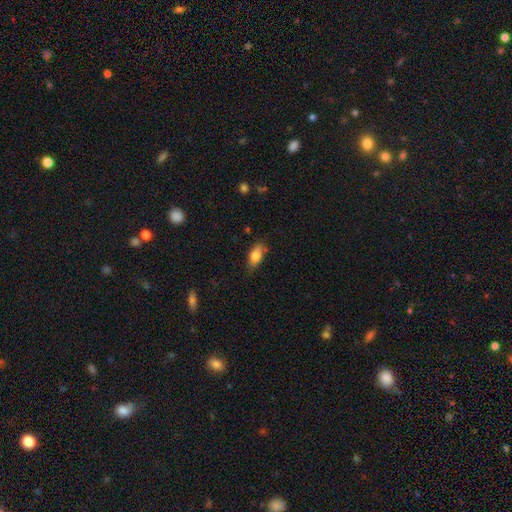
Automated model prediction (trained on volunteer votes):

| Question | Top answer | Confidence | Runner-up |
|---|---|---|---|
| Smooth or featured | smooth | 79% | featured or disk (14%) |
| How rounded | in between | 83% | cigar-shaped (13%) |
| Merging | none | 74% | minor disturbance (20%) |